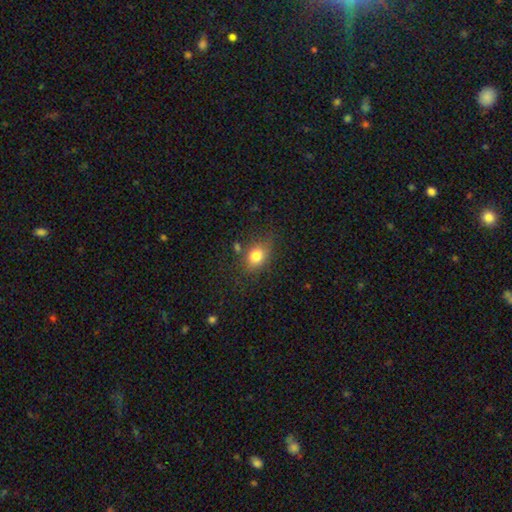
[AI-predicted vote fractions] A smooth galaxy with no disk features (79%) that is in between round and cigar-shaped (60%). Merging: none (69%).